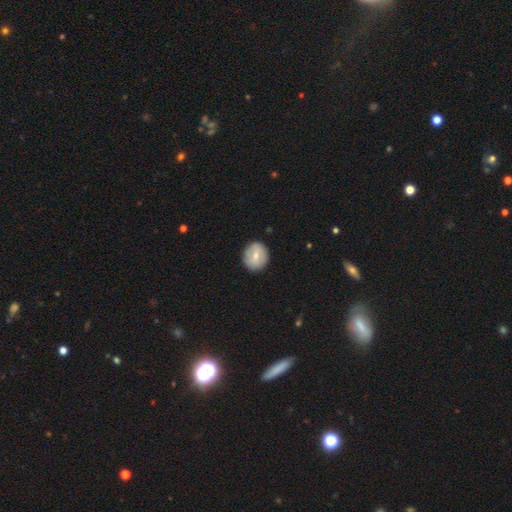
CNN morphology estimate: type=smooth (60%); roundness=round (78%); merging=none (87%).